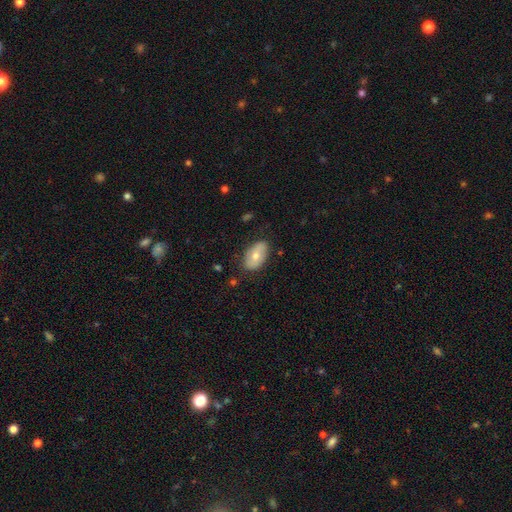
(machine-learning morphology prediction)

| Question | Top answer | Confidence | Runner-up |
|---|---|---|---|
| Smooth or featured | smooth | 64% | featured or disk (30%) |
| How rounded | in between | 93% | round (5%) |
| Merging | none | 79% | minor disturbance (16%) |